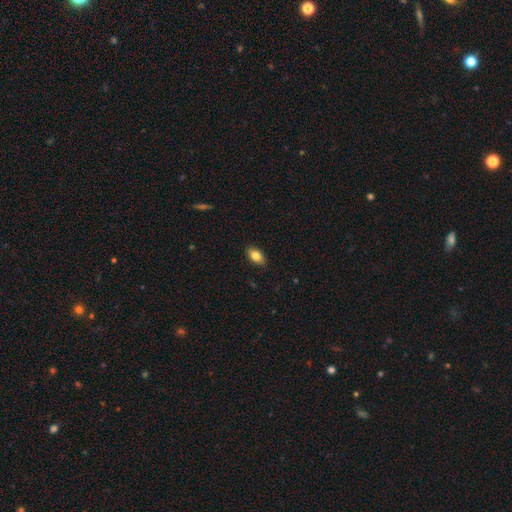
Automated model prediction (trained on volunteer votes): Smooth or featured? smooth (82%)
How rounded? in between (90%)
Merging? none (87%)